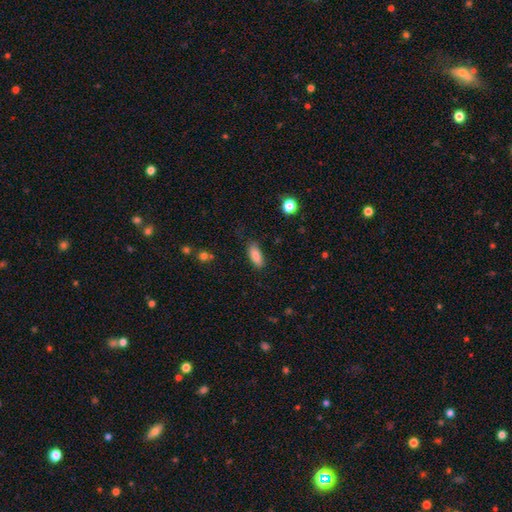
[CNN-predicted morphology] smooth-or-featured: smooth: 86% | star or artifact: 7% | featured or disk: 7%
  how-rounded: in between: 79% | cigar-shaped: 19% | round: 2%
  merging: none: 81% | minor disturbance: 14% | major disturbance: 3% | merger: 2%